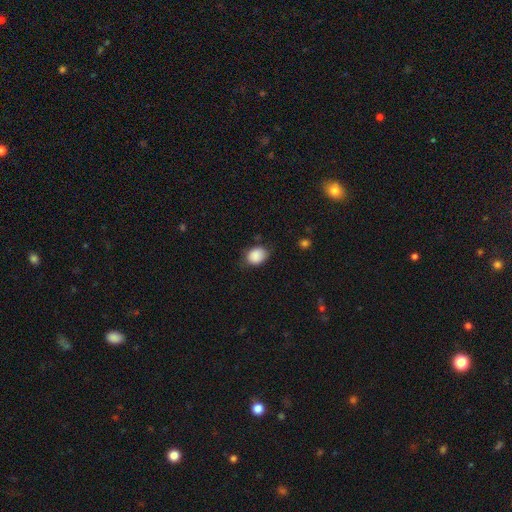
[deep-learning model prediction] Q: Smooth or featured?
A: smooth (88%); runner-up: star or artifact (8%)
Q: How rounded?
A: in between (61%); runner-up: round (38%)
Q: Merging?
A: none (72%); runner-up: minor disturbance (22%)